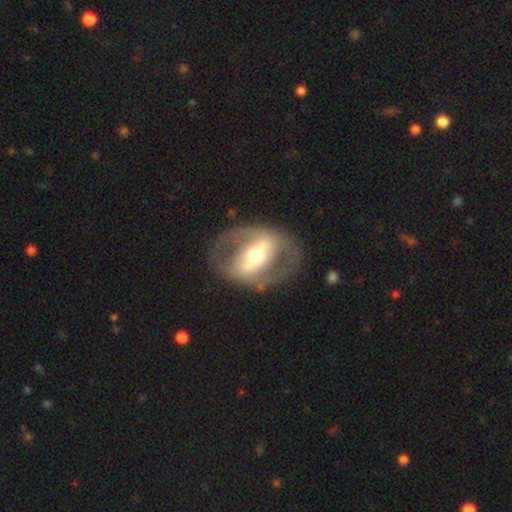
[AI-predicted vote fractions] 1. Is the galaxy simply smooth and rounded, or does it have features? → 72% featured or disk, 22% smooth, 5% star or artifact.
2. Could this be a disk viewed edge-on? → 86% no, 14% yes.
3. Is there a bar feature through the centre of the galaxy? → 66% strong, 19% weak, 15% no.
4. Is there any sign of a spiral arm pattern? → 71% no, 29% yes.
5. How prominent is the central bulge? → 61% moderate, 24% large, 11% small, 3% dominant, 1% none.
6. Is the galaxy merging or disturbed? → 76% none, 12% minor disturbance, 11% major disturbance, 1% merger.